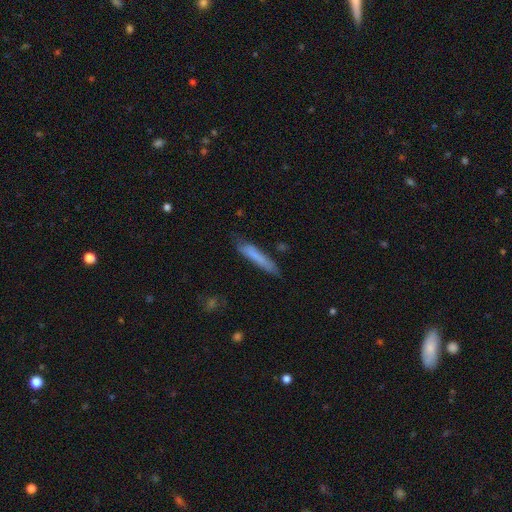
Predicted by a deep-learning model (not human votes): Morphology: type=smooth (72%); roundness=cigar-shaped (92%); merging=none (71%).